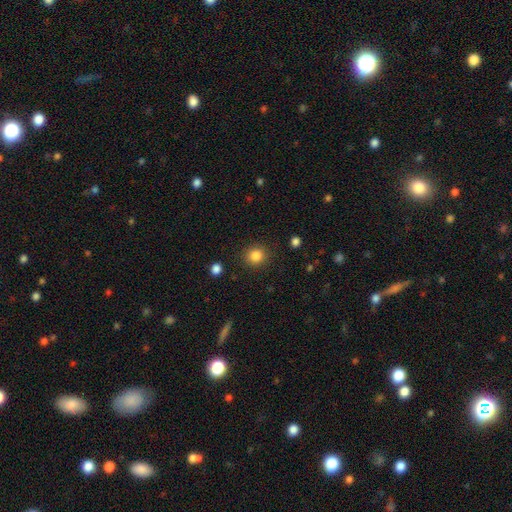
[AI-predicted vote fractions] Morphology: type=smooth (85%); roundness=round (87%); merging=none (89%).